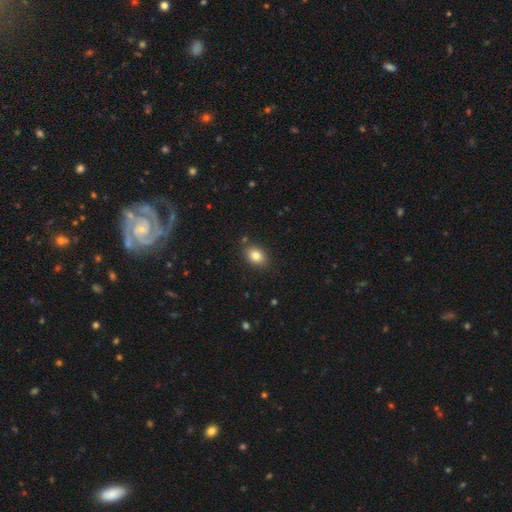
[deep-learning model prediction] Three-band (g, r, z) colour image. It shows a smooth galaxy with no disk features (83%) that is in between round and cigar-shaped (72%). Merging: none (85%).